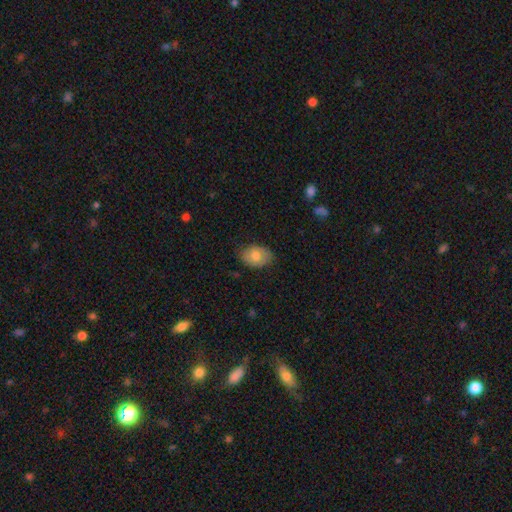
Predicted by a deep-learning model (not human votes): A smooth galaxy with no disk features (72%) that is in between round and cigar-shaped (79%).

Vote fractions:
- Smooth or featured? smooth: 72% / featured or disk: 21% / star or artifact: 7%
- How rounded? in between: 79% / round: 20% / cigar-shaped: 1%
- Merging? none: 77% / minor disturbance: 19% / major disturbance: 4% / merger: 1%